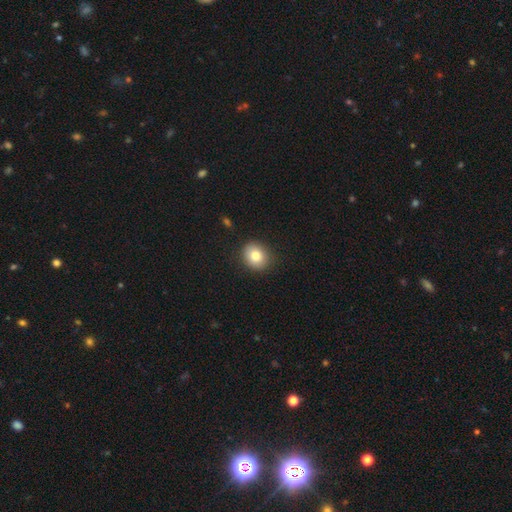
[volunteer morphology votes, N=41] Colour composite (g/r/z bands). It shows a smooth galaxy with no disk features (71%) that is round (62%). Merging: none (73%).